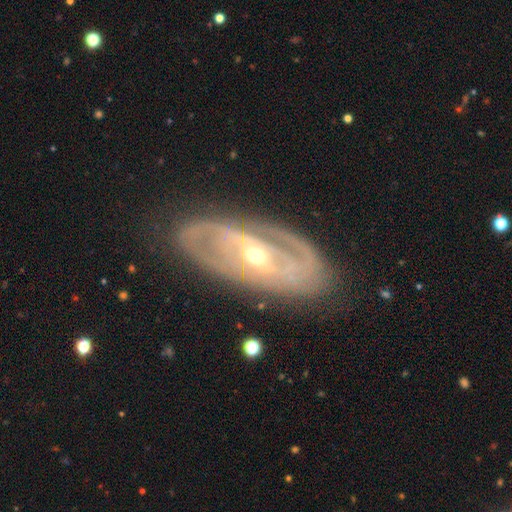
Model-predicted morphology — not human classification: Overall: featured or disk (85%). Edge-on disk: no (91%). Bar: no (41%; weak 37%). Spiral arms: yes (83%). Spiral arm count: 2 (45%; can't tell 31%). Spiral winding: tight (63%; medium 28%). Bulge size: moderate (57%; small 38%). Merging: none (78%).